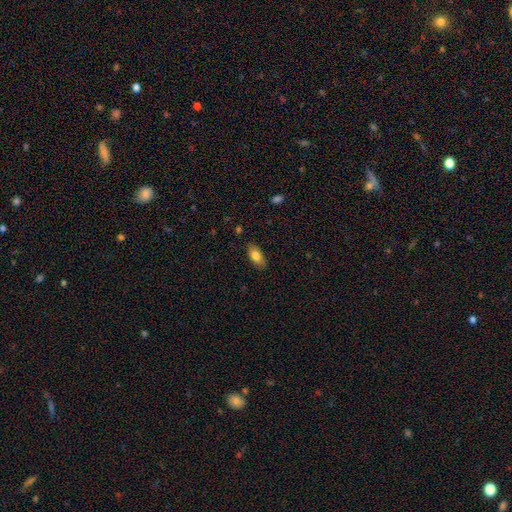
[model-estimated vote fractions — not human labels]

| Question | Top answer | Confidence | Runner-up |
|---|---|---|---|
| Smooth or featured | smooth | 80% | featured or disk (12%) |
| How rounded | in between | 88% | cigar-shaped (8%) |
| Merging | none | 85% | minor disturbance (11%) |